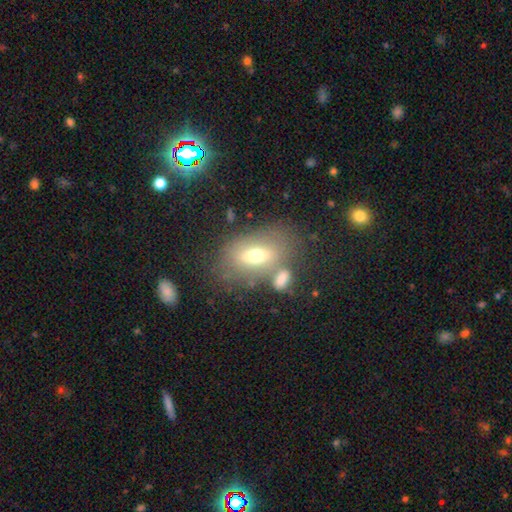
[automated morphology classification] Smooth or featured: smooth — 58% (featured or disk — 32%)
How rounded: in between — 85% (round — 9%)
Merging: none — 59% (merger — 18%)